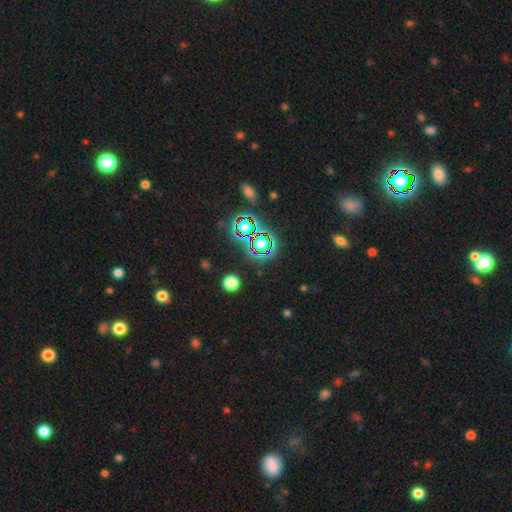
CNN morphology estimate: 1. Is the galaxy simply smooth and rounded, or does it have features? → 75% star or artifact, 17% smooth, 8% featured or disk.